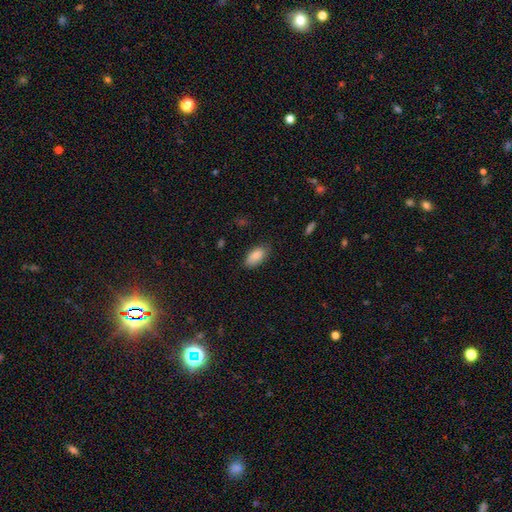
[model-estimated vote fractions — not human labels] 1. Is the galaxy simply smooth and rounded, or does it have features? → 86% smooth, 7% featured or disk, 7% star or artifact.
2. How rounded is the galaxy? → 93% in between, 4% cigar-shaped, 3% round.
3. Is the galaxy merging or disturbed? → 80% none, 16% minor disturbance, 3% major disturbance, 1% merger.